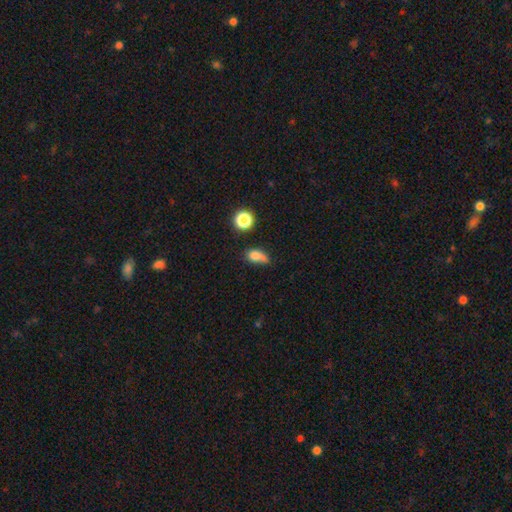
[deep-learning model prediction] smooth 76%, star or artifact 13%, featured or disk 12%. Down the decision tree: how rounded — in between (70%); merging — none (39%).